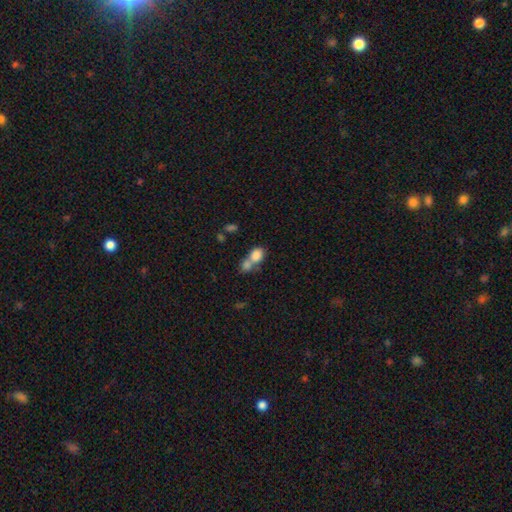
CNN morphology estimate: A smooth galaxy with no disk features (80%) that is in between round and cigar-shaped (54%).

Vote fractions:
- Smooth or featured? smooth: 80% / featured or disk: 10% / star or artifact: 9%
- How rounded? in between: 54% / round: 44% / cigar-shaped: 2%
- Merging? merger: 64% / none: 25% / minor disturbance: 7% / major disturbance: 4%